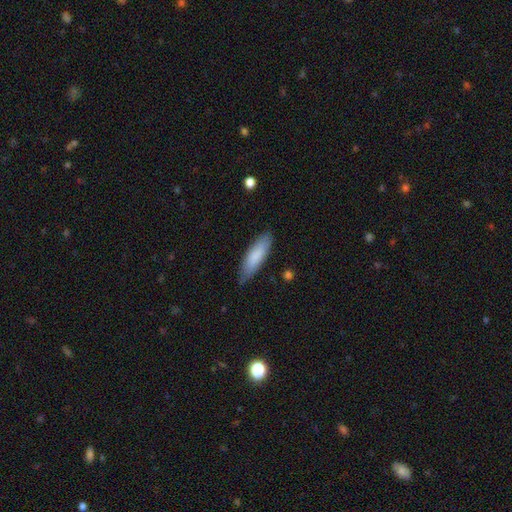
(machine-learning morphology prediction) This appears to be a smooth galaxy with no disk features (83%) that is cigar-shaped (55%). Merging: none (81%).